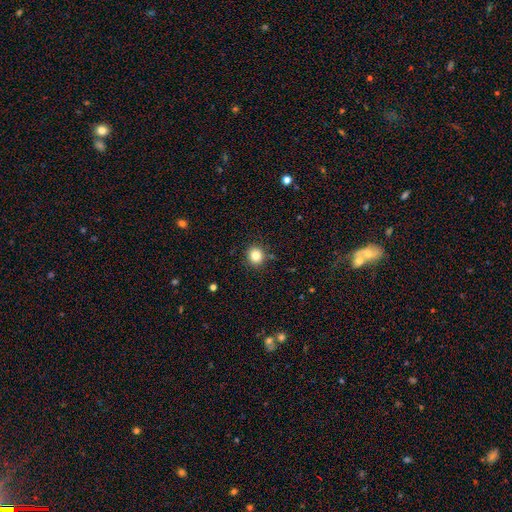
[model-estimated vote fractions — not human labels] smooth_or_featured: smooth (p=0.82) [alt: star or artifact p=0.11]
how_rounded: round (p=0.87) [alt: in between p=0.12]
merging: none (p=0.89) [alt: minor disturbance p=0.07]